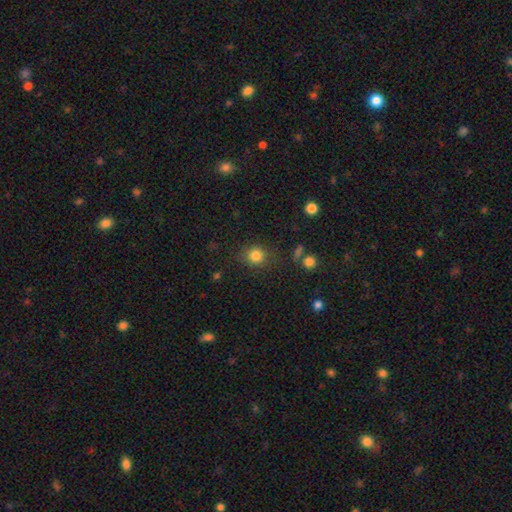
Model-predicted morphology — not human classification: The model was most divided on "how rounded": round: 83%, in between: 16%, cigar-shaped: 1%. More confident: smooth or featured — smooth (83%); merging — none (80%).